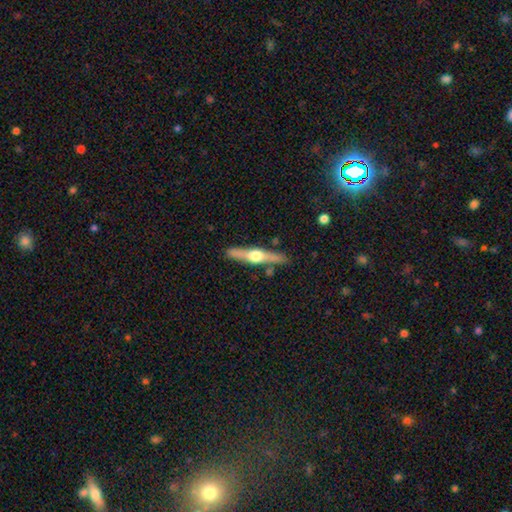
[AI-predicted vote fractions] Q: Smooth or featured?
A: featured or disk (71%); runner-up: smooth (24%)
Q: Edge-on disk?
A: yes (97%); runner-up: no (3%)
Q: Edge-on bulge?
A: rounded (95%); runner-up: boxy (3%)
Q: Merging?
A: none (85%); runner-up: minor disturbance (10%)